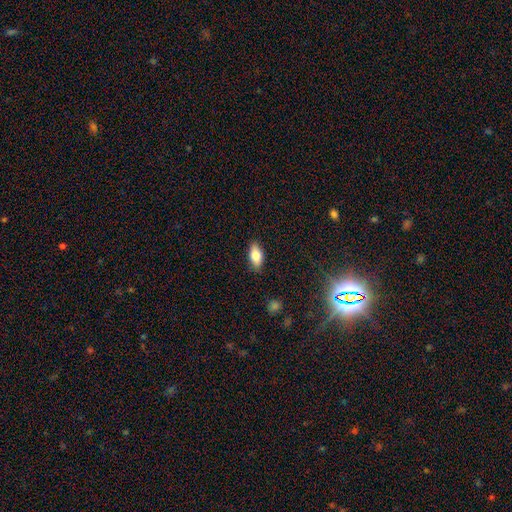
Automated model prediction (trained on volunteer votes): Smooth or featured? smooth (79%)
How rounded? in between (87%)
Merging? none (86%)